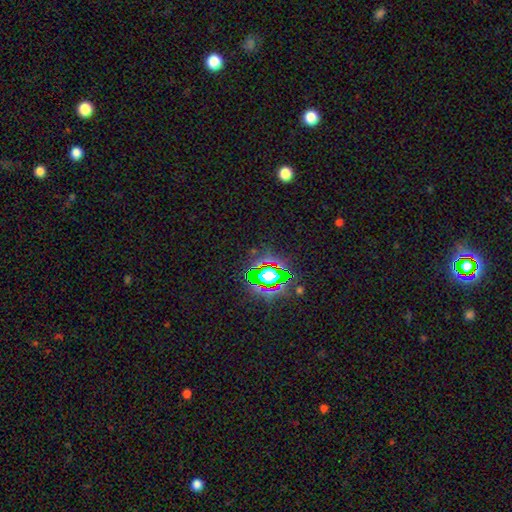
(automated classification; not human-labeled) Q: Smooth or featured?
A: star or artifact (81%); runner-up: smooth (11%)